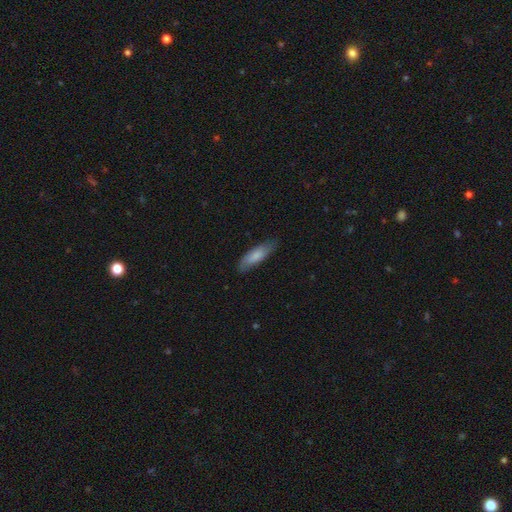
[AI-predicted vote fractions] Smooth or featured? smooth (77%)
How rounded? cigar-shaped (50%)
Merging? none (79%)